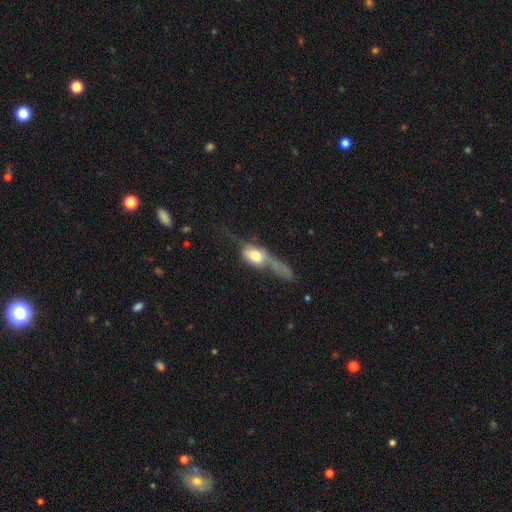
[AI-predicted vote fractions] Smooth or featured: smooth — 50% (featured or disk — 42%)
Merging: major disturbance — 42% (none — 23%)